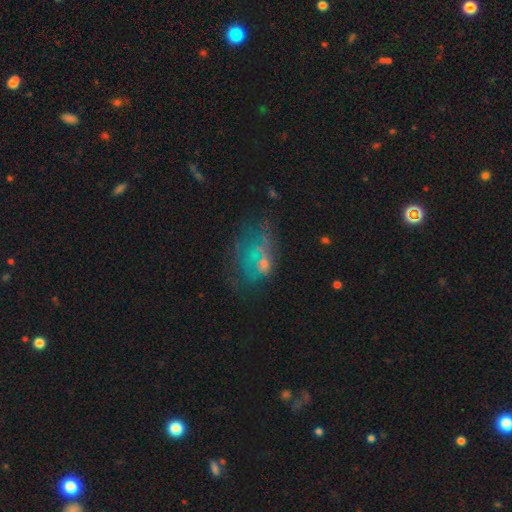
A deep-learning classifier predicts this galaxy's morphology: smooth_or_featured: featured or disk (p=0.44) [alt: smooth p=0.30]
merging: none (p=0.37) [alt: major disturbance p=0.34]